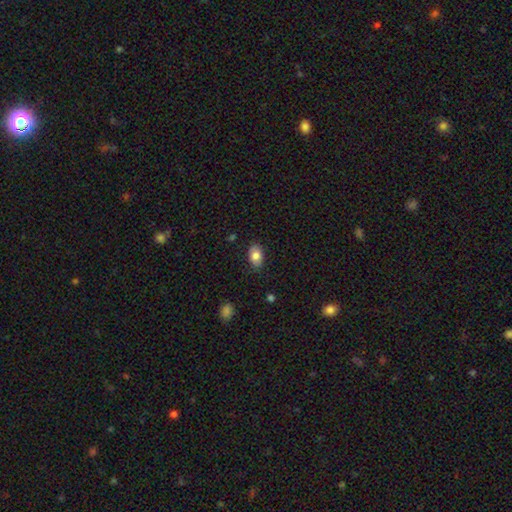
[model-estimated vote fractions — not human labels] The model was most divided on "merging": none: 84%, minor disturbance: 13%, major disturbance: 2%, merger: 1%. More confident: how rounded — in between (87%); smooth or featured — smooth (82%).